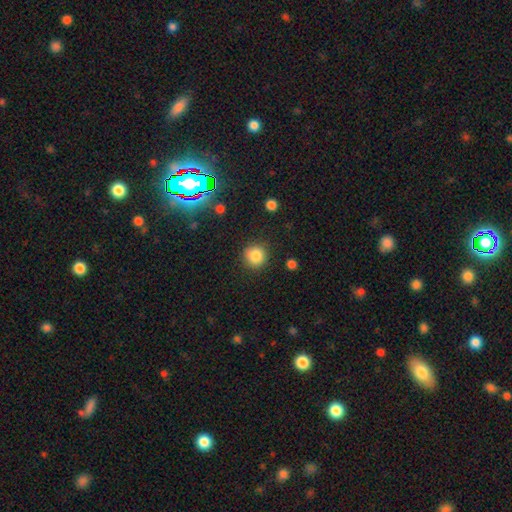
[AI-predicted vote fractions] smooth-or-featured: smooth: 84% | star or artifact: 11% | featured or disk: 5%
  how-rounded: round: 93% | in between: 6% | cigar-shaped: 1%
  merging: none: 89% | minor disturbance: 7% | major disturbance: 2% | merger: 1%